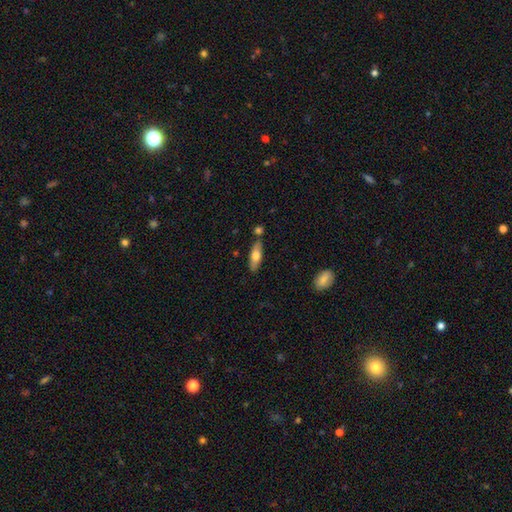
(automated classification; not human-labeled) The model was most divided on "how rounded": in between: 56%, cigar-shaped: 41%, round: 3%. More confident: merging — none (75%); smooth or featured — smooth (61%).